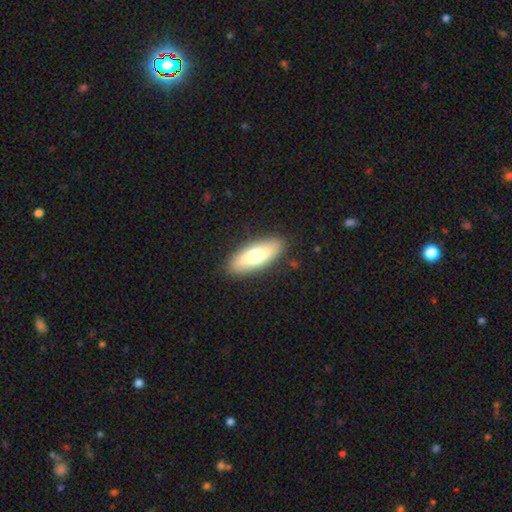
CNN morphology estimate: smooth_or_featured: smooth (p=0.67) [alt: featured or disk p=0.28]
how_rounded: in between (p=0.69) [alt: cigar-shaped p=0.29]
merging: none (p=0.89) [alt: minor disturbance p=0.08]